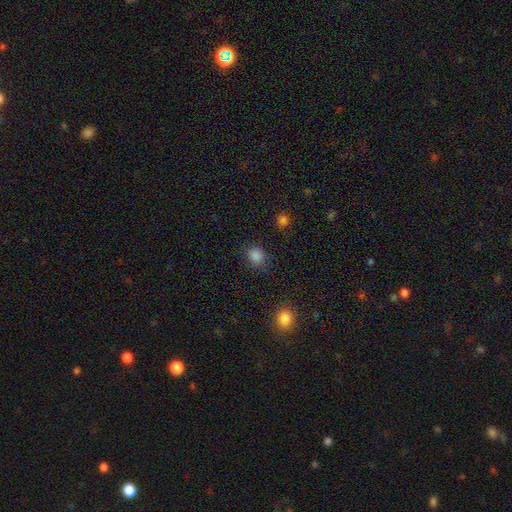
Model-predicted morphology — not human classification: smooth_or_featured: smooth (p=0.83) [alt: star or artifact p=0.13]
how_rounded: round (p=0.81) [alt: in between p=0.18]
merging: none (p=0.82) [alt: minor disturbance p=0.12]